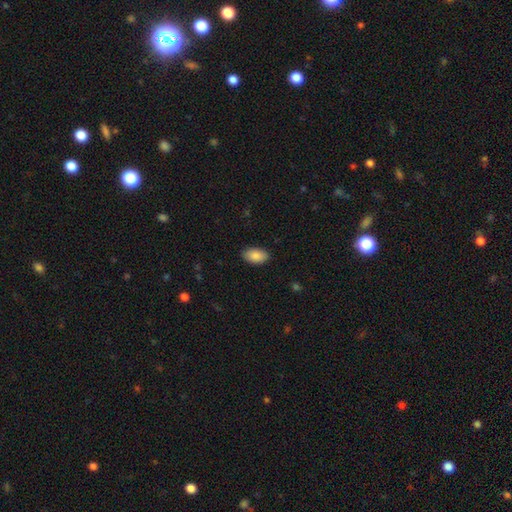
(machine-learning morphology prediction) Smooth or featured?
  - smooth: 87% *
  - star or artifact: 7%
  - featured or disk: 6%
How rounded?
  - in between: 94% *
  - round: 4%
  - cigar-shaped: 2%
Merging?
  - none: 87% *
  - minor disturbance: 10%
  - major disturbance: 2%
  - merger: 1%